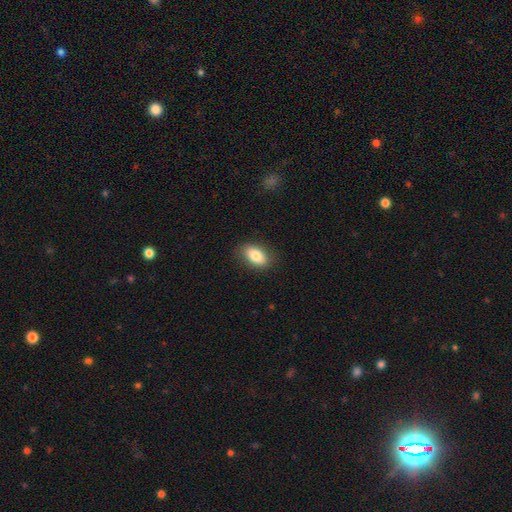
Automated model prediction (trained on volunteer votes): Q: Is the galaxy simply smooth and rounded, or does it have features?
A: smooth — 82%.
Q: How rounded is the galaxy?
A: in between — 90%.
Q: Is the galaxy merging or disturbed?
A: none — 85%.